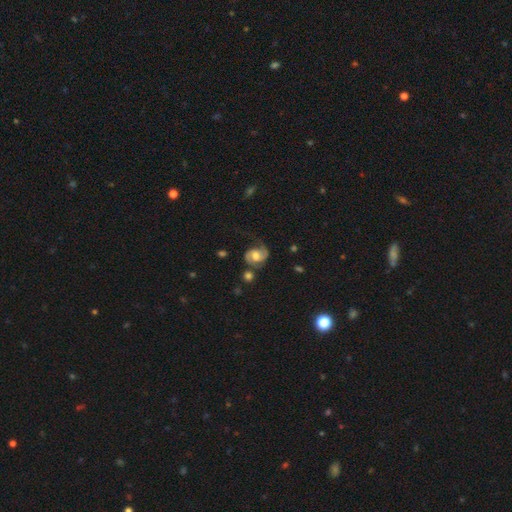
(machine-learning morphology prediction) featured or disk 77%, smooth 16%, star or artifact 7%. Down the decision tree: edge-on disk — no (98%); bar — no (49%); spiral arms — yes (94%); spiral arm count — 2 (86%); spiral winding — medium (50%); bulge size — moderate (63%); merging — none (60%).